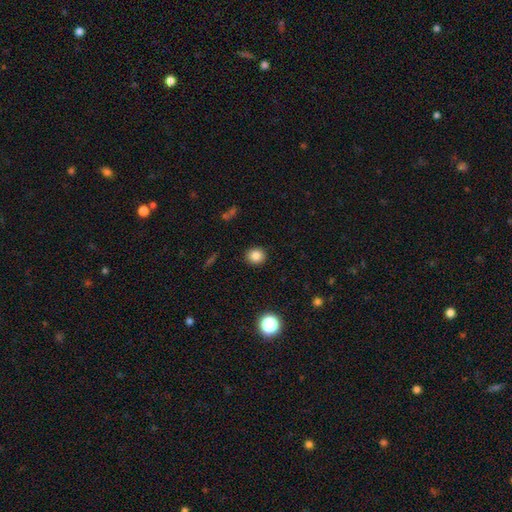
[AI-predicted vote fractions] smooth 83%, star or artifact 12%, featured or disk 6%. Down the decision tree: how rounded — round (78%); merging — none (89%).